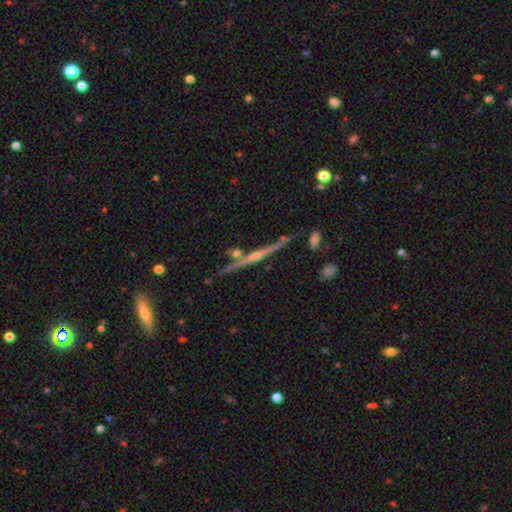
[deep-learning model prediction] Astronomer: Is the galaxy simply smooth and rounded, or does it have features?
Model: featured or disk — 76%.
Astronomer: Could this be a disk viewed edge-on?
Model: yes — 96%.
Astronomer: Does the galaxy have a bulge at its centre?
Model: rounded — 73%.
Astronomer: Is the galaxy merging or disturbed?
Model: none — 80%.